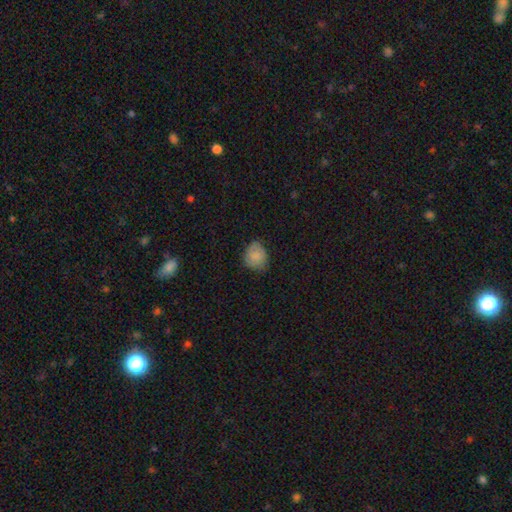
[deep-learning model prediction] This is clearly a smooth galaxy (80%). How rounded: likely round (64%). Merging: likely none (62%).